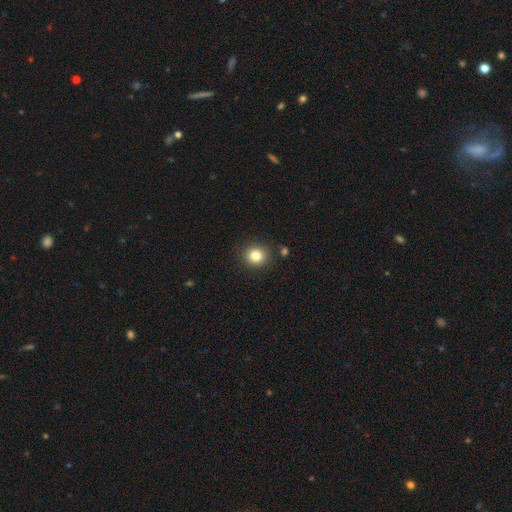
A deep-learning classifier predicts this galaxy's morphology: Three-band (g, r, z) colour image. It shows a smooth galaxy with no disk features (83%) that is round (87%). Merging: none (88%).